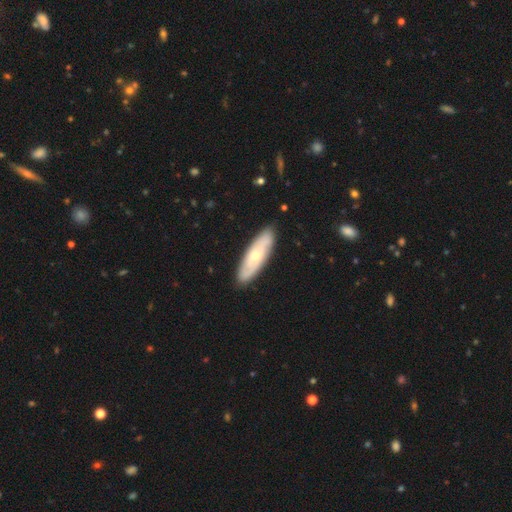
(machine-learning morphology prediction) smooth_or_featured: featured or disk (p=0.53) [alt: smooth p=0.42]
disk_edge_on: no (p=0.71) [alt: yes p=0.29]
merging: none (p=0.87) [alt: minor disturbance p=0.10]